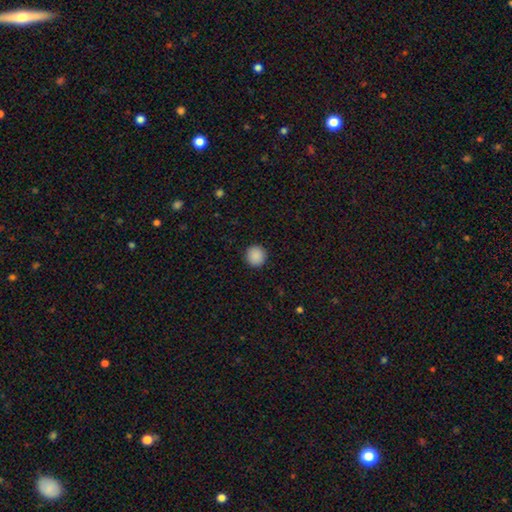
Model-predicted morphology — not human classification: This is clearly a smooth galaxy (89%). How rounded: clearly round (95%). Merging: clearly none (93%).